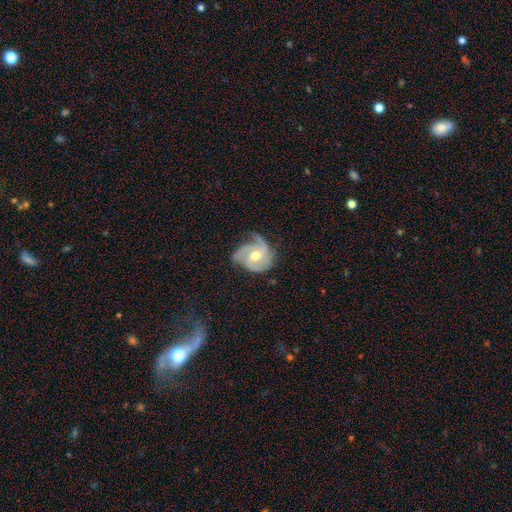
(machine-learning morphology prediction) Smooth or featured? featured or disk (84%)
Edge-on disk? no (98%)
Bar? no (58%)
Spiral arms? yes (96%)
Spiral winding? tight (43%)
Spiral arm count? 3 (59%)
Bulge size? moderate (69%)
Merging? none (55%)